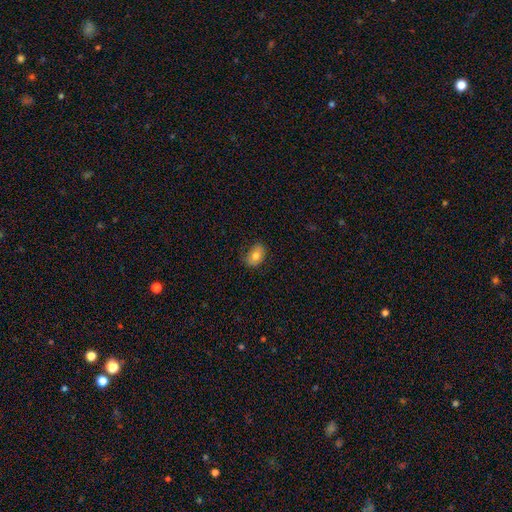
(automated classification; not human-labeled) The model was most divided on "merging": none: 69%, minor disturbance: 25%, major disturbance: 5%, merger: 1%. More confident: smooth or featured — smooth (79%); how rounded — in between (78%).